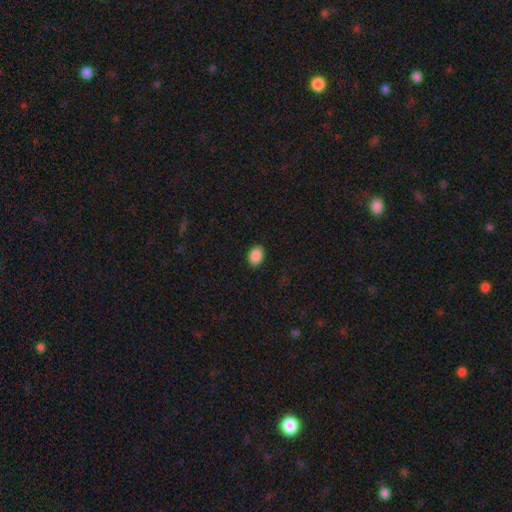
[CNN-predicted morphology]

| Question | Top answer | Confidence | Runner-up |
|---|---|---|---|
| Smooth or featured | smooth | 89% | star or artifact (8%) |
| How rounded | in between | 80% | round (19%) |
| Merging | none | 89% | minor disturbance (8%) |